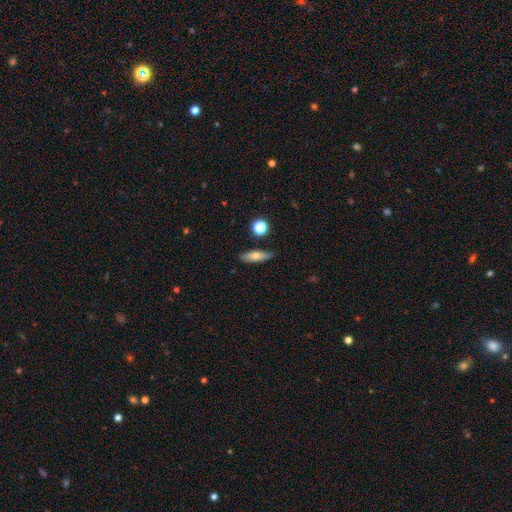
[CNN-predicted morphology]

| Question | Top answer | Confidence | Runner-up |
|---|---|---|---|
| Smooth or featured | smooth | 65% | featured or disk (27%) |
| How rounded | in between | 48% | cigar-shaped (46%) |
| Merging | none | 81% | minor disturbance (14%) |